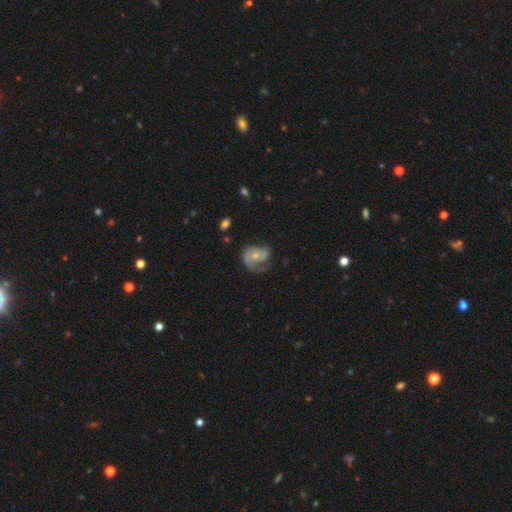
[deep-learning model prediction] Smooth or featured: featured or disk — 67% (smooth — 27%)
Edge-on disk: no — 97% (yes — 3%)
Bar: no — 70% (weak — 25%)
Spiral arms: yes — 86% (no — 14%)
Spiral winding: medium — 41% (loose — 31%)
Spiral arm count: 1 — 47% (2 — 36%)
Bulge size: small — 53% (moderate — 40%)
Merging: none — 40% (major disturbance — 33%)